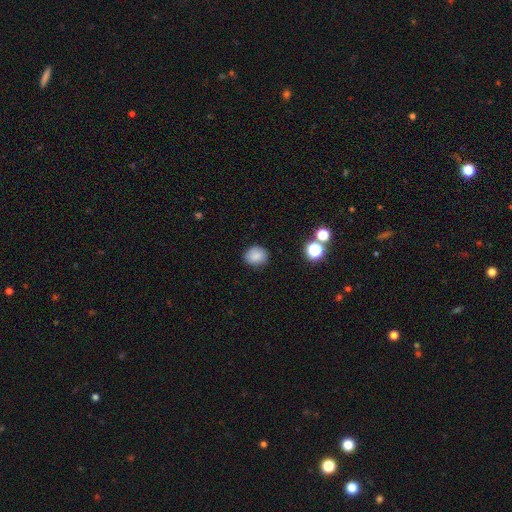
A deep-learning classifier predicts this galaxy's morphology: Smooth or featured? smooth (84%)
How rounded? round (68%)
Merging? none (86%)